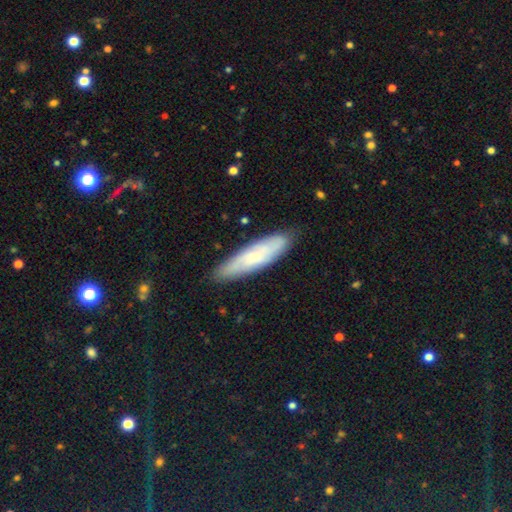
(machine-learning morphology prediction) smooth-or-featured: smooth: 59% | featured or disk: 33% | star or artifact: 7%
  how-rounded: cigar-shaped: 72% | in between: 26% | round: 2%
  merging: none: 84% | minor disturbance: 13% | major disturbance: 2% | merger: 1%